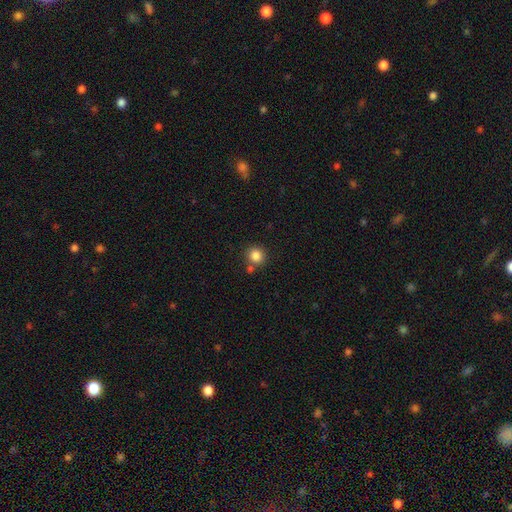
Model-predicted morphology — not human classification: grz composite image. It shows a smooth galaxy with no disk features (85%) that is round (90%). Merging: none (74%).